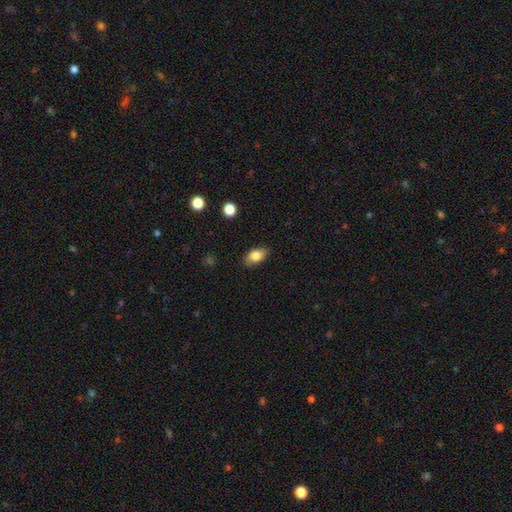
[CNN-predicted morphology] type=smooth (83%); roundness=in between (90%); merging=none (86%).